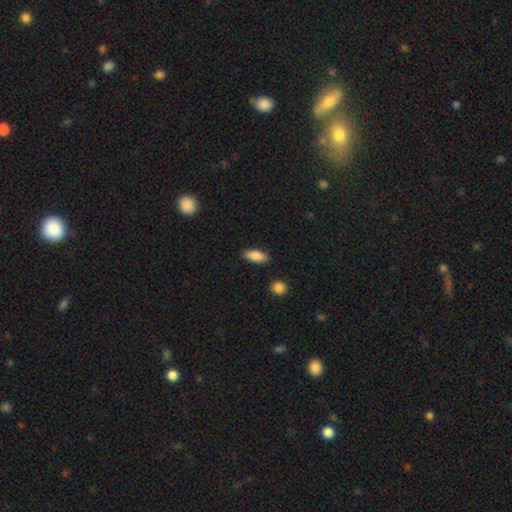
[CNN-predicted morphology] smooth 85%, featured or disk 8%, star or artifact 7%. Down the decision tree: how rounded — in between (80%); merging — none (86%).